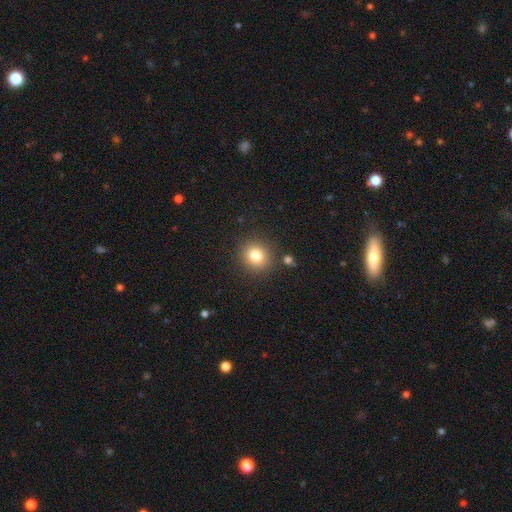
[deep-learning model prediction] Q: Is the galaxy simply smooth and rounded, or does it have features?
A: smooth — 81%.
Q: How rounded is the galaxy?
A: round — 87%.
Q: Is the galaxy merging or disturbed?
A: none — 87%.